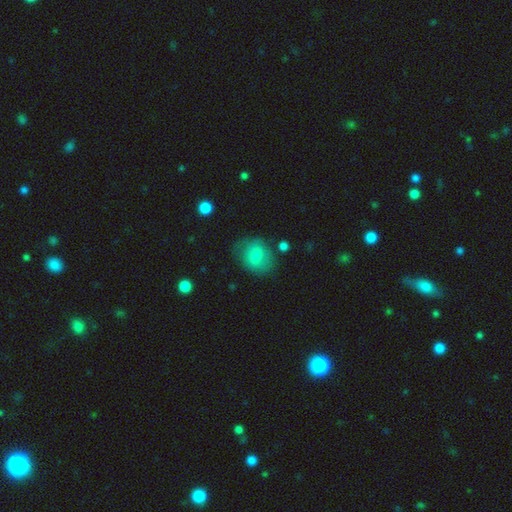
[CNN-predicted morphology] Q: Smooth or featured?
A: smooth (71%); runner-up: featured or disk (22%)
Q: How rounded?
A: round (56%); runner-up: in between (43%)
Q: Merging?
A: none (67%); runner-up: minor disturbance (22%)